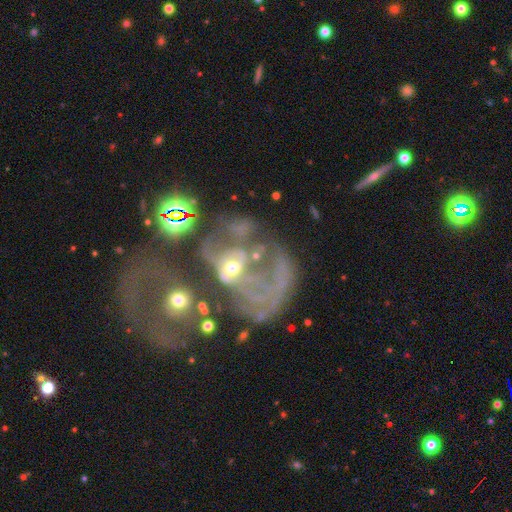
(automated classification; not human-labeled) Overall: featured or disk (64%). Edge-on disk: no (97%). Bar: no (77%). Spiral arms: no (55%; yes 45%). Bulge size: moderate (42%; small 37%). Merging: major disturbance (41%; merger 38%).